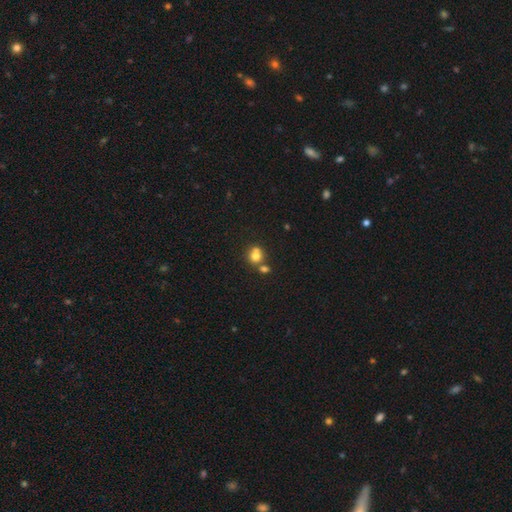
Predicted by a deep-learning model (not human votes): smooth_or_featured: smooth (p=0.75) [alt: featured or disk p=0.13]
how_rounded: round (p=0.76) [alt: in between p=0.23]
merging: merger (p=0.44) [alt: none p=0.43]